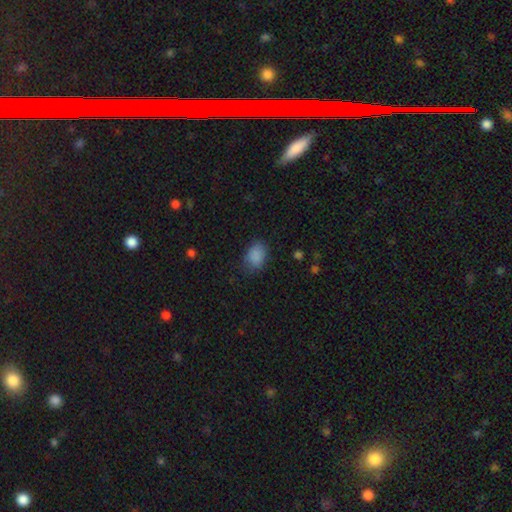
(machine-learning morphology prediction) This appears to be a smooth galaxy with no disk features (87%) that is in between round and cigar-shaped (76%). Merging: none (75%).